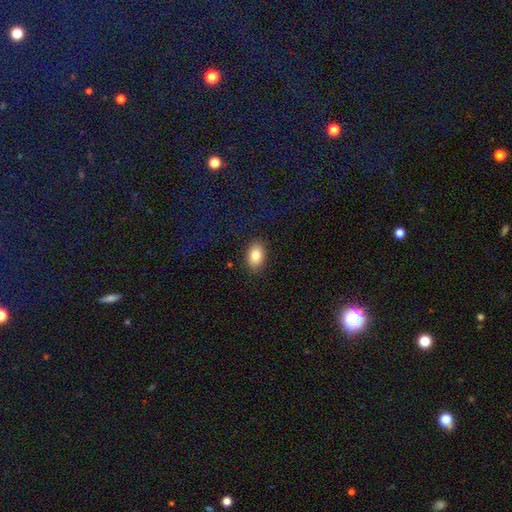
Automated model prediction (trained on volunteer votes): Smooth or featured: smooth — 83% (featured or disk — 9%)
How rounded: in between — 85% (round — 14%)
Merging: none — 87% (minor disturbance — 9%)